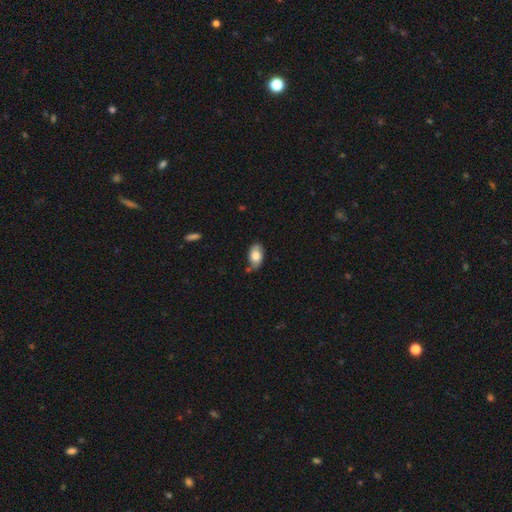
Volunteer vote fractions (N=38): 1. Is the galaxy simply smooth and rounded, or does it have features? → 74% smooth, 21% featured or disk, 5% star or artifact.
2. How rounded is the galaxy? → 86% in between, 7% round, 7% cigar-shaped.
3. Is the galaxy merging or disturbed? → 69% none, 17% minor disturbance, 8% merger, 6% major disturbance.